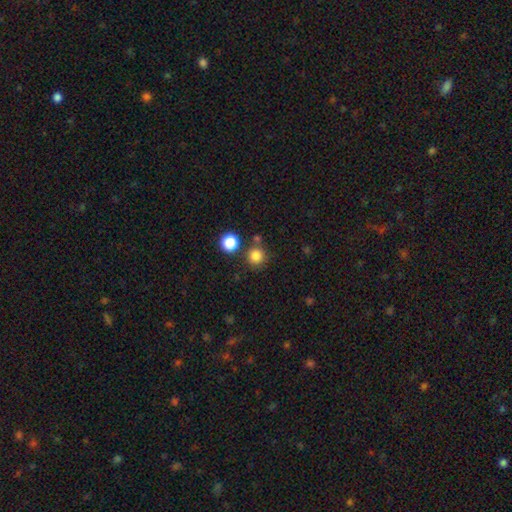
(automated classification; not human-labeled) This is clearly a smooth galaxy (82%). How rounded: clearly round (94%). Merging: likely none (78%).